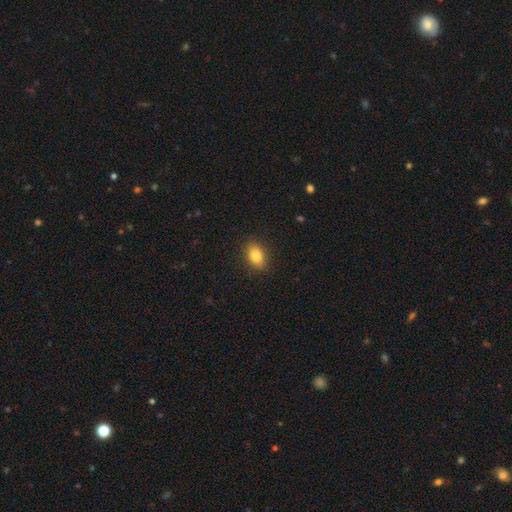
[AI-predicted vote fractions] A smooth galaxy with no disk features (84%) that is in between round and cigar-shaped (83%). Merging: none (87%).